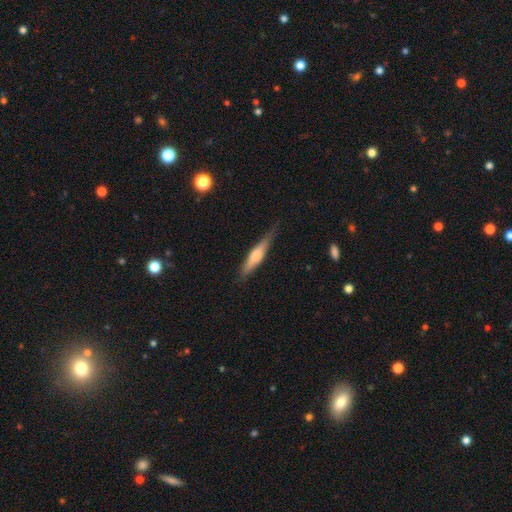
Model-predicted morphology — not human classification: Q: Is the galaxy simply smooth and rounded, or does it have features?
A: smooth — 53%.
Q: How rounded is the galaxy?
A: cigar-shaped — 85%.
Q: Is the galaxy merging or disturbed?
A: none — 79%.